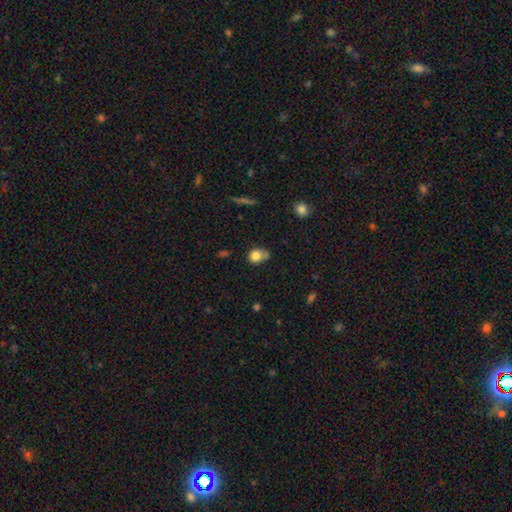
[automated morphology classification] smooth_or_featured: smooth (p=0.80) [alt: star or artifact p=0.11]
how_rounded: round (p=0.65) [alt: in between p=0.33]
merging: none (p=0.50) [alt: minor disturbance p=0.25]